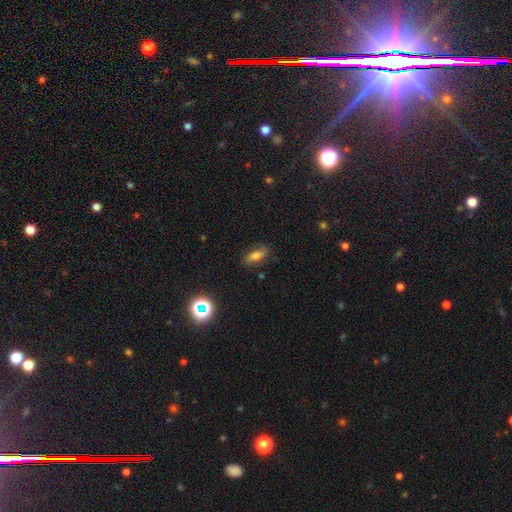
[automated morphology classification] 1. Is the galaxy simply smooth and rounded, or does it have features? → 51% smooth, 35% featured or disk, 14% star or artifact.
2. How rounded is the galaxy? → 73% in between, 20% cigar-shaped, 7% round.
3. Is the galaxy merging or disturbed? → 74% none, 18% minor disturbance, 6% major disturbance, 2% merger.